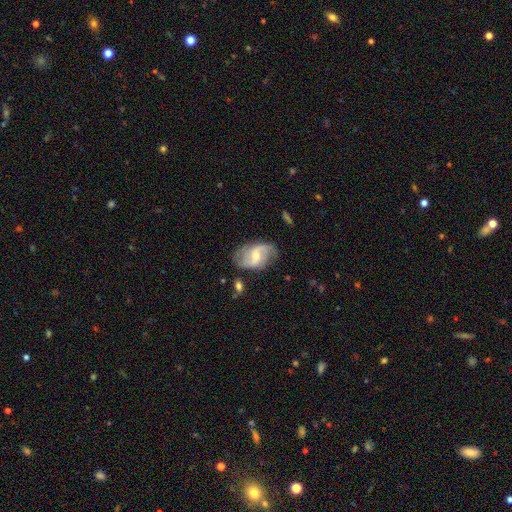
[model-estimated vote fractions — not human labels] The model was most divided on "spiral winding": loose: 47%, medium: 40%, tight: 14%. More confident: edge-on disk — no (97%); spiral arms — yes (93%); smooth or featured — featured or disk (79%); spiral arm count — 2 (78%); merging — none (69%); bar — weak (56%); bulge size — moderate (50%).